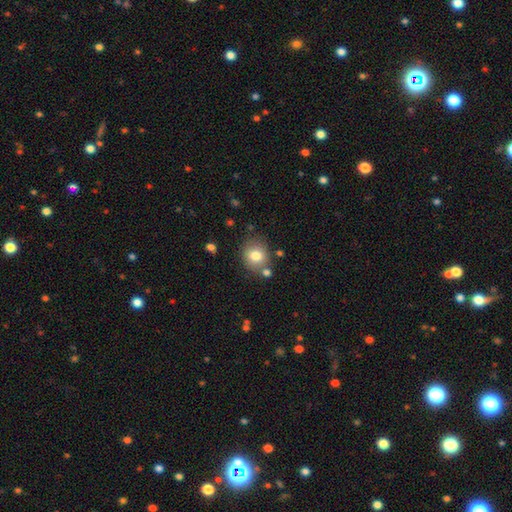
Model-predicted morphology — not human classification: Smooth or featured? smooth (78%)
How rounded? round (70%)
Merging? none (75%)